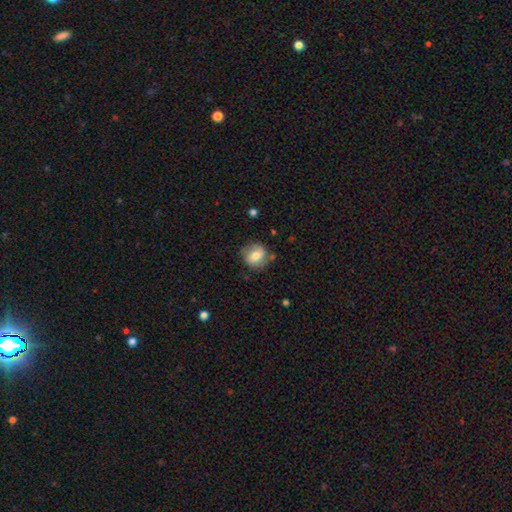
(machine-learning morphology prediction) smooth-or-featured: smooth: 70% | featured or disk: 22% | star or artifact: 8%
  how-rounded: round: 82% | in between: 17% | cigar-shaped: 1%
  merging: none: 75% | minor disturbance: 17% | major disturbance: 5% | merger: 3%